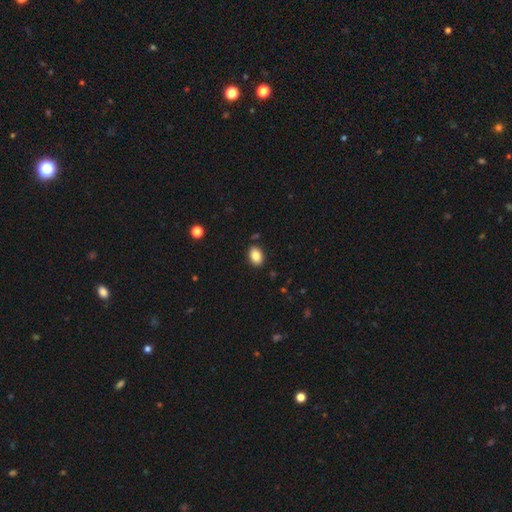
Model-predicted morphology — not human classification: Smooth or featured? smooth (86%)
How rounded? in between (83%)
Merging? none (87%)